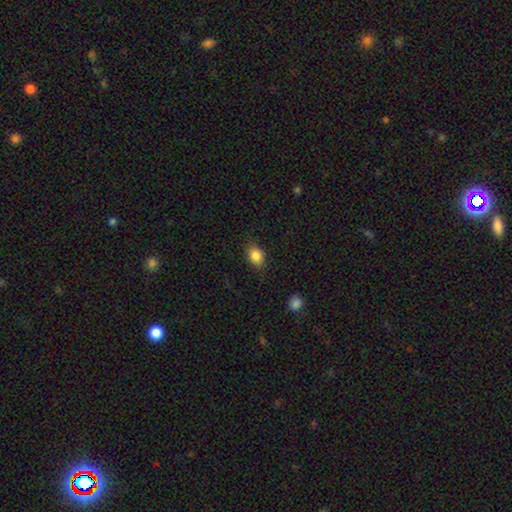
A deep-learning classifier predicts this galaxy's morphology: smooth-or-featured: smooth: 85% | star or artifact: 9% | featured or disk: 6%
  how-rounded: in between: 73% | round: 25% | cigar-shaped: 2%
  merging: none: 81% | minor disturbance: 14% | major disturbance: 3% | merger: 1%